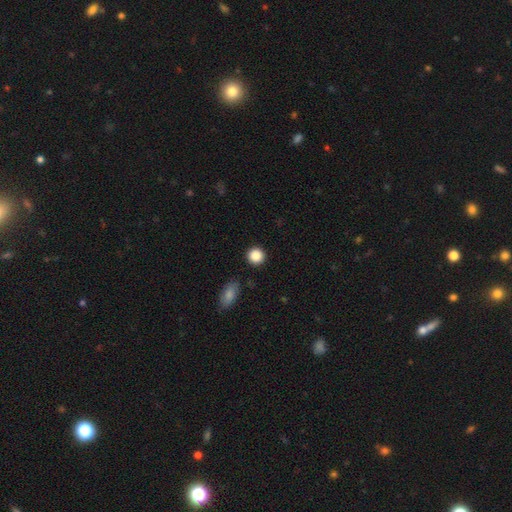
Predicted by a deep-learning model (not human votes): Morphology: type=smooth (88%); roundness=round (93%); merging=none (90%).